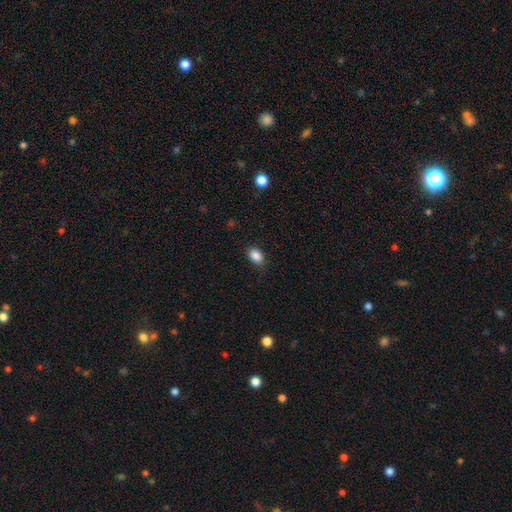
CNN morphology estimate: Smooth or featured? Predicted: smooth (p=0.87). How rounded? Predicted: in between (p=0.76). Merging? Predicted: none (p=0.84).